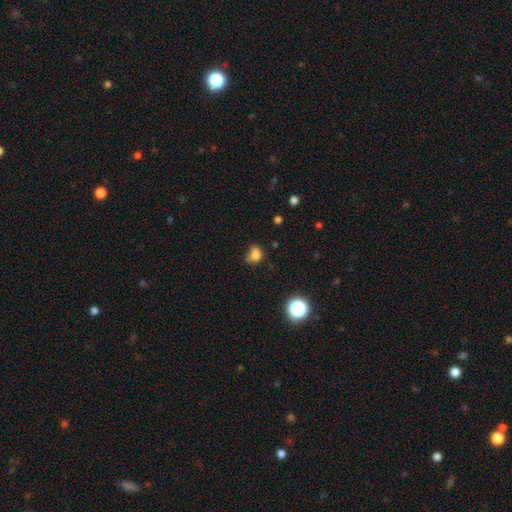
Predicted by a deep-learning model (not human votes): Morphology: type=smooth (75%); roundness=round (50%); merging=none (37%).